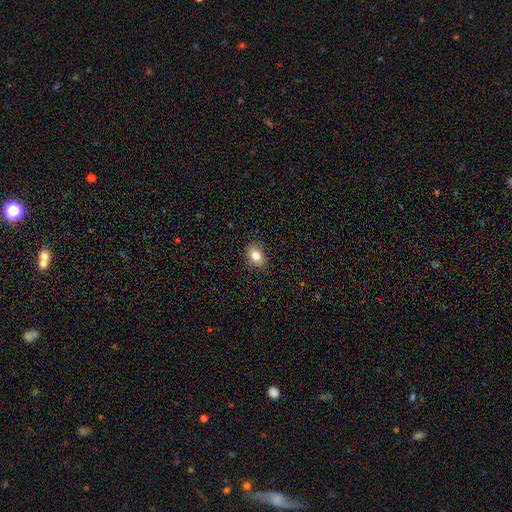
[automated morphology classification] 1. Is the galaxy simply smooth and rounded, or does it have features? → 82% smooth, 9% star or artifact, 9% featured or disk.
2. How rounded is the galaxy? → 78% in between, 21% round, 1% cigar-shaped.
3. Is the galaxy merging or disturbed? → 88% none, 9% minor disturbance, 2% major disturbance, 1% merger.